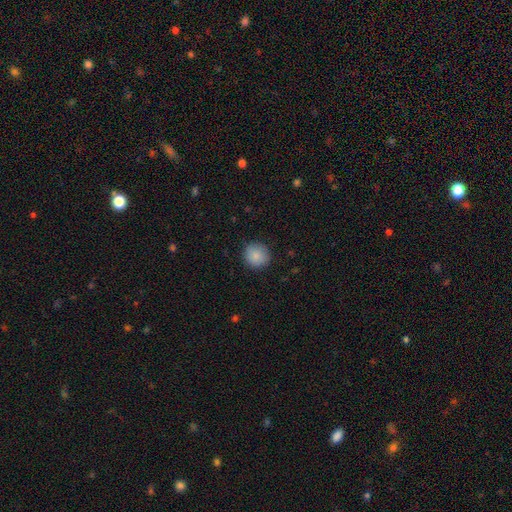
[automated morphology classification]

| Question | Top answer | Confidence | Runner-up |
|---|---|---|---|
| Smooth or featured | smooth | 86% | star or artifact (8%) |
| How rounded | round | 92% | in between (7%) |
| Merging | none | 89% | minor disturbance (8%) |